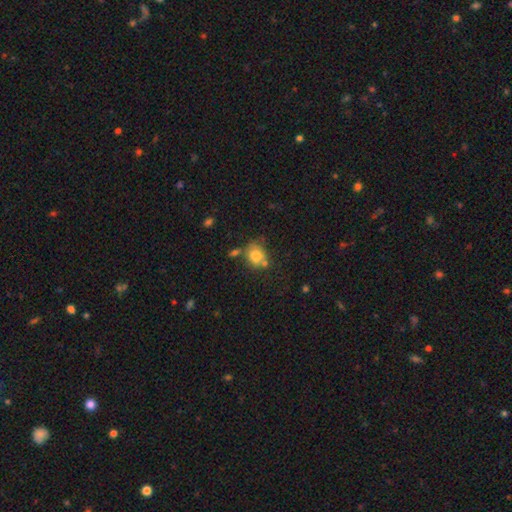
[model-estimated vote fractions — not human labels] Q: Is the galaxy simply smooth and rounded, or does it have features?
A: smooth — 75%.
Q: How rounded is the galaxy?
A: round — 57%.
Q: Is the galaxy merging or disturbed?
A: none — 46%.